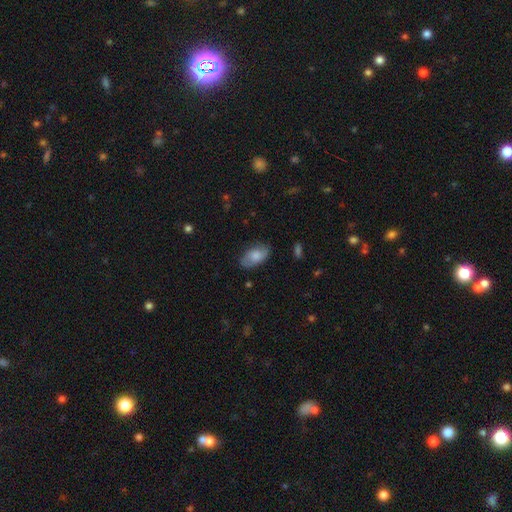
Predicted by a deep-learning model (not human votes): smooth_or_featured: smooth (p=0.75) [alt: featured or disk p=0.19]
how_rounded: in between (p=0.94) [alt: round p=0.04]
merging: none (p=0.78) [alt: minor disturbance p=0.17]